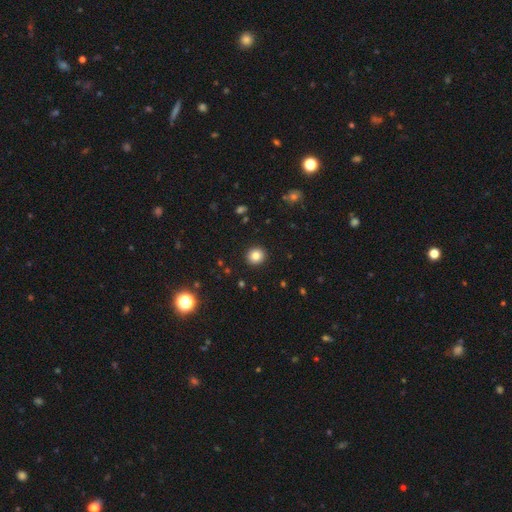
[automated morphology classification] A smooth galaxy with no disk features (83%) that is round (90%).

Vote fractions:
- Smooth or featured? smooth: 83% / star or artifact: 11% / featured or disk: 6%
- How rounded? round: 90% / in between: 9% / cigar-shaped: 1%
- Merging? none: 92% / minor disturbance: 5% / major disturbance: 2% / merger: 1%